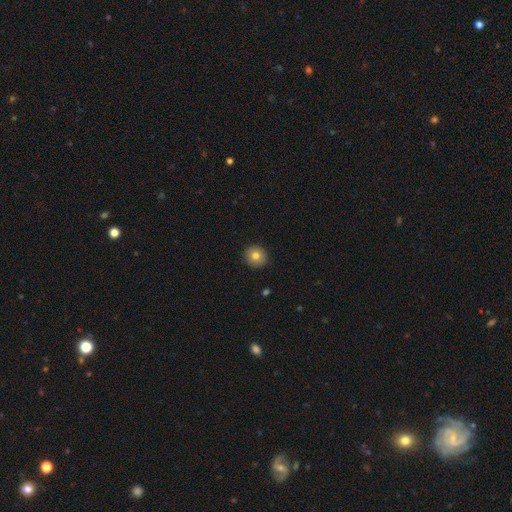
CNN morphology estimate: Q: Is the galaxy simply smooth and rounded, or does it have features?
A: smooth — 79%.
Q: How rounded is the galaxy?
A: round — 92%.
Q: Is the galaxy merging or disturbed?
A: none — 92%.